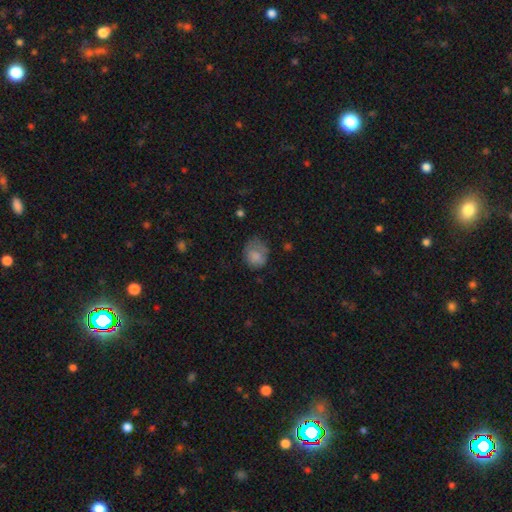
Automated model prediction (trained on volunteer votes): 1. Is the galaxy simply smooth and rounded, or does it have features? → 79% smooth, 12% featured or disk, 9% star or artifact.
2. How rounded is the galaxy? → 61% round, 38% in between, 1% cigar-shaped.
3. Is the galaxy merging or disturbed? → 49% none, 32% minor disturbance, 17% major disturbance, 2% merger.